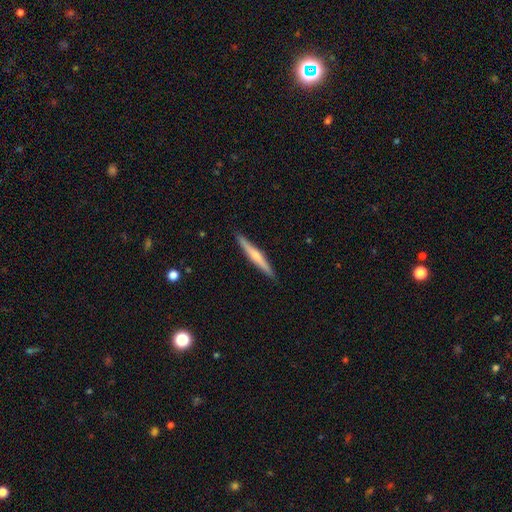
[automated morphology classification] Overall: featured or disk (56%; smooth 39%). Edge-on disk: yes (98%). Edge-on bulge: rounded (67%). Merging: none (91%).